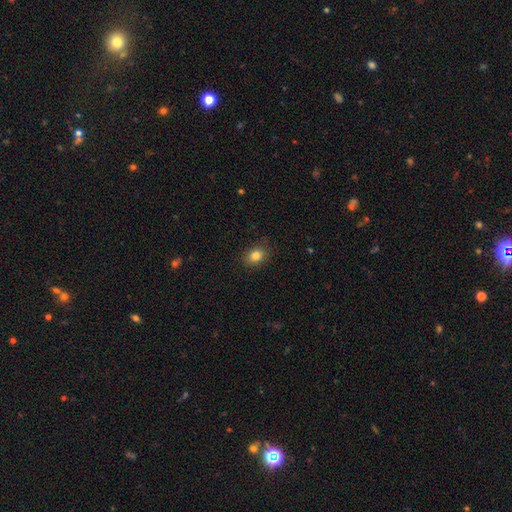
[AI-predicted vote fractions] Smooth or featured: smooth — 83% (star or artifact — 11%)
How rounded: in between — 54% (round — 45%)
Merging: none — 86% (minor disturbance — 10%)